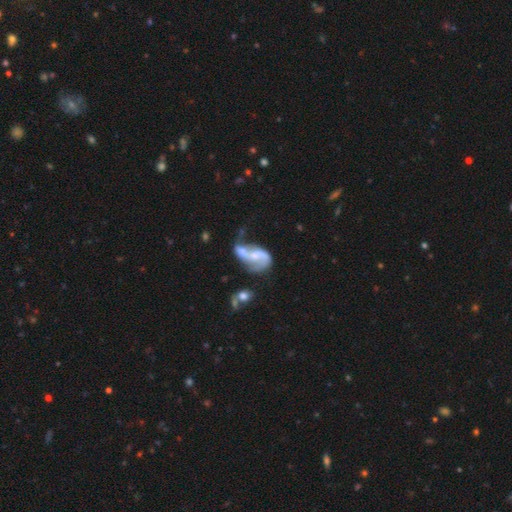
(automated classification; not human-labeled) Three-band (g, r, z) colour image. It shows a featured or disk galaxy (74%) with no bar (51%), 2 (81%) loose (64%) spiral arms (83%) and a small central bulge (41%). Merging: merger (40%).